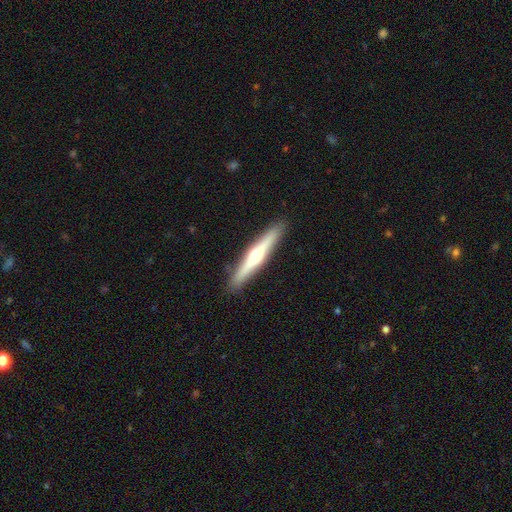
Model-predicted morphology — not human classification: Smooth or featured: featured or disk — 62% (smooth — 33%)
Edge-on disk: yes — 97% (no — 3%)
Edge-on bulge: rounded — 87% (none — 8%)
Merging: none — 91% (minor disturbance — 6%)